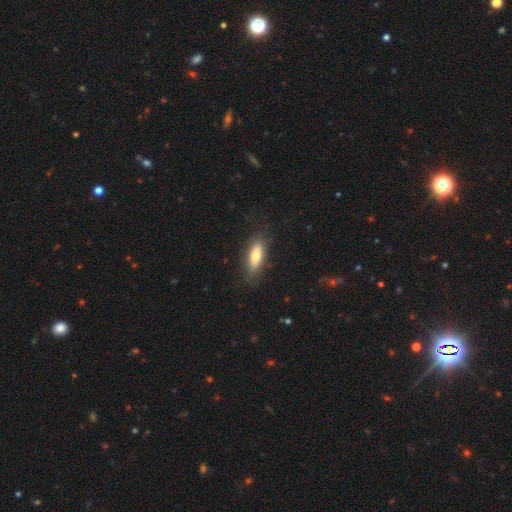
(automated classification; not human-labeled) This is likely a smooth galaxy (71%). How rounded: likely in between (62%). Merging: likely none (77%).